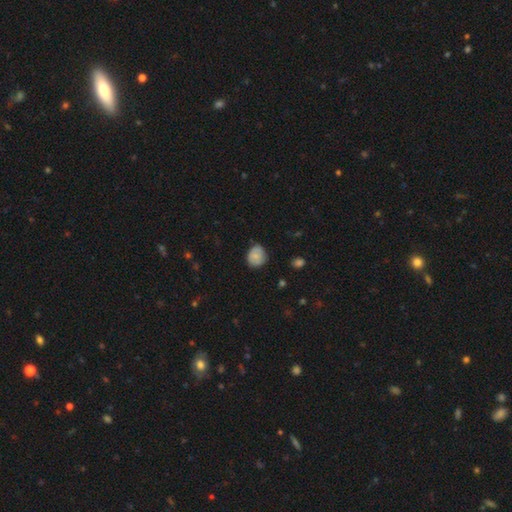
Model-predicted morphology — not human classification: Smooth or featured?
  - smooth: 73% *
  - featured or disk: 19%
  - star or artifact: 8%
How rounded?
  - round: 59% *
  - in between: 40%
  - cigar-shaped: 1%
Merging?
  - none: 69% *
  - minor disturbance: 25%
  - major disturbance: 4%
  - merger: 1%